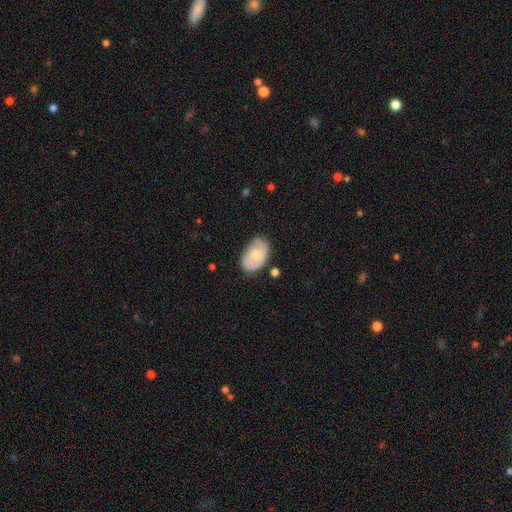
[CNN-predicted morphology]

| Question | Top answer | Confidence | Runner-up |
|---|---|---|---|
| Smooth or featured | smooth | 60% | featured or disk (34%) |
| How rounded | in between | 89% | round (10%) |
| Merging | none | 67% | minor disturbance (25%) |